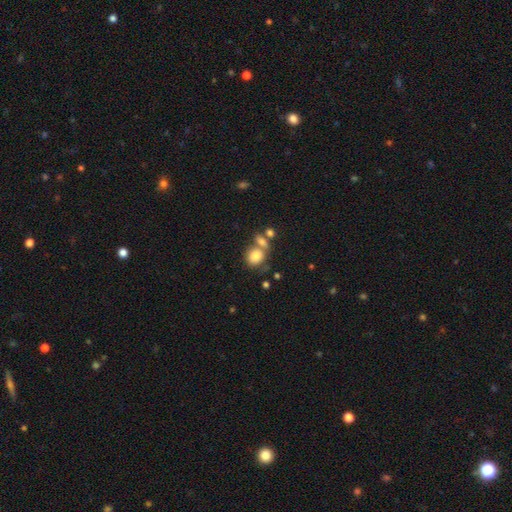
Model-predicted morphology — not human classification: smooth-or-featured: smooth: 81% | star or artifact: 10% | featured or disk: 9%
  how-rounded: round: 61% | in between: 38% | cigar-shaped: 1%
  merging: none: 44% | merger: 37% | minor disturbance: 13% | major disturbance: 6%